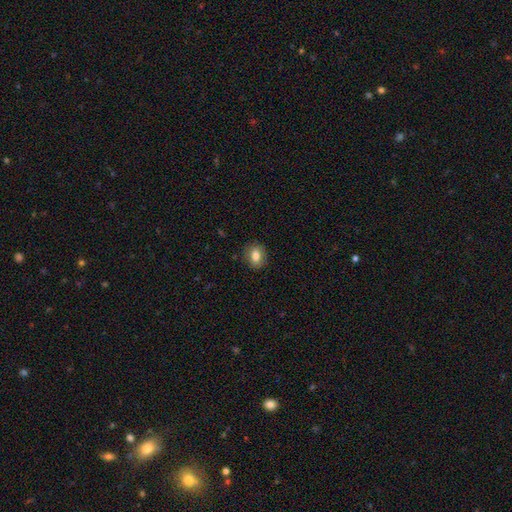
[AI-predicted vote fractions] Morphology: type=smooth (81%); roundness=in between (64%); merging=none (85%).